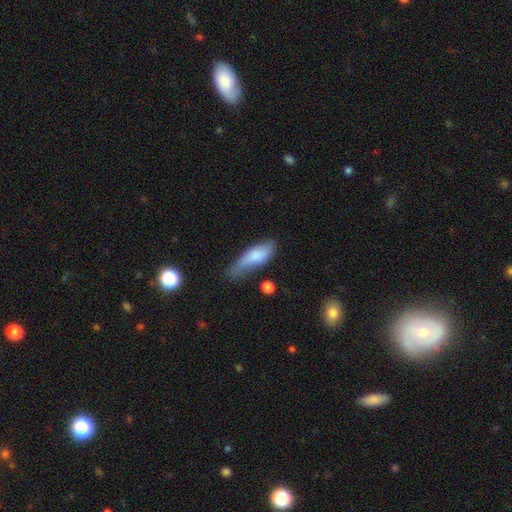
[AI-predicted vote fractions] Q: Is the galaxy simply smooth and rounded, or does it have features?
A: smooth — 74%.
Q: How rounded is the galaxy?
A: in between — 63%.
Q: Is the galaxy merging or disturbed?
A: none — 39%, tied with minor disturbance.